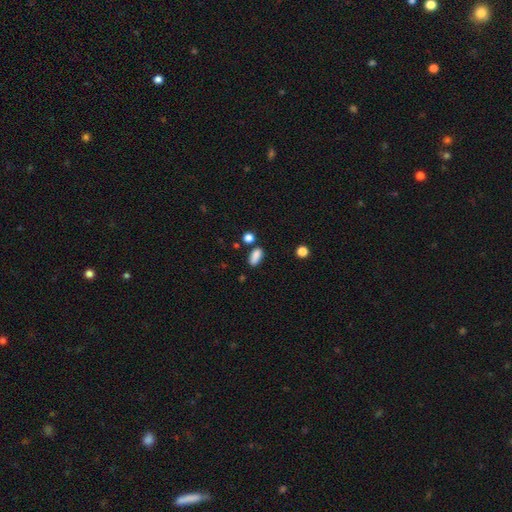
Smooth or featured?
  - smooth: 92% *
  - star or artifact: 5%
  - featured or disk: 3%
How rounded?
  - in between: 78% *
  - round: 11%
  - cigar-shaped: 11%
Merging?
  - none: 84% *
  - minor disturbance: 11%
  - major disturbance: 3%
  - merger: 3%